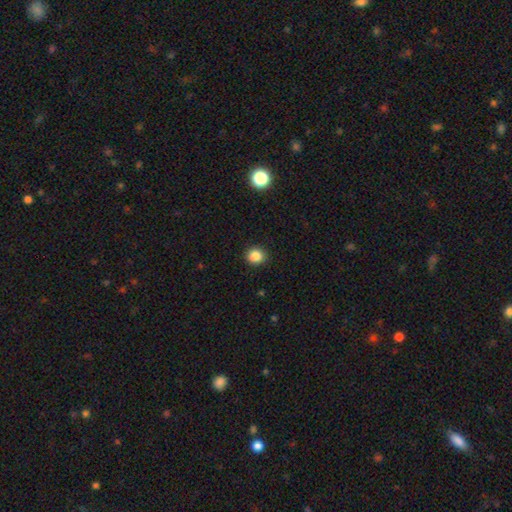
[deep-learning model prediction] Overall: smooth (86%). How rounded: round (85%). Merging: none (90%).